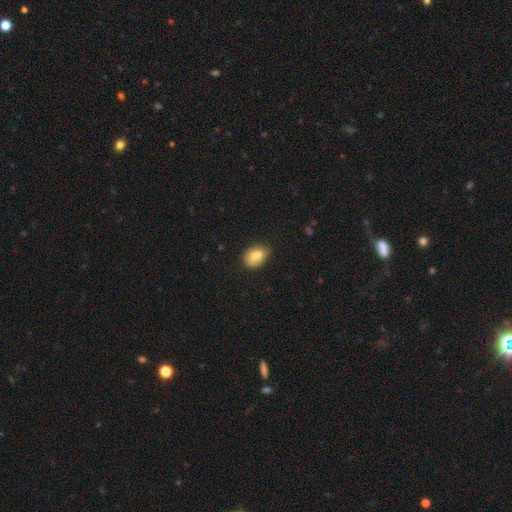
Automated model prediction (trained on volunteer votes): A smooth galaxy with no disk features (80%) that is in between round and cigar-shaped (74%).

Vote fractions:
- Smooth or featured? smooth: 80% / featured or disk: 12% / star or artifact: 9%
- How rounded? in between: 74% / round: 25% / cigar-shaped: 1%
- Merging? none: 57% / minor disturbance: 32% / major disturbance: 6% / merger: 5%